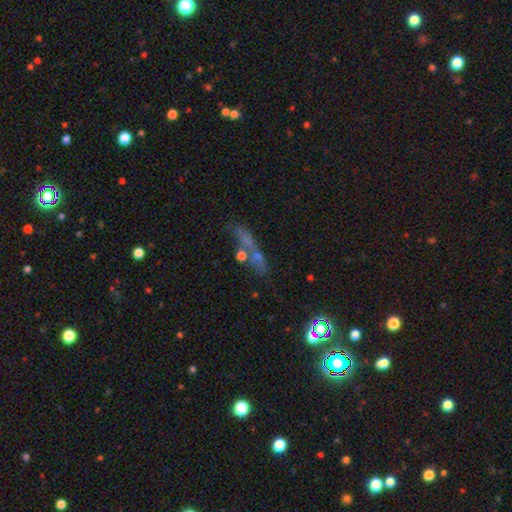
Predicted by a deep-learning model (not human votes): A smooth galaxy with no disk features (36%). Merging: none (55%).